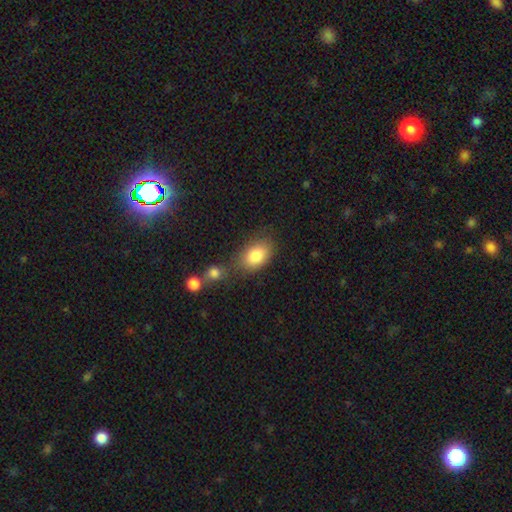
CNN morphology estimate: The model was most divided on "merging": none: 60%, merger: 18%, minor disturbance: 16%, major disturbance: 6%. More confident: how rounded — in between (84%); smooth or featured — smooth (83%).